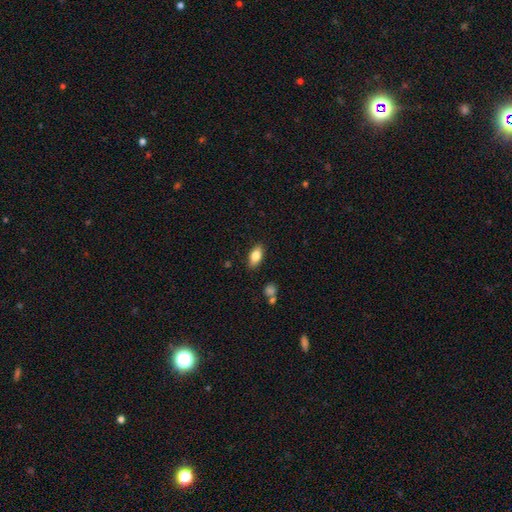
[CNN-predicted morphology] smooth 81%, featured or disk 12%, star or artifact 7%. Down the decision tree: how rounded — in between (88%); merging — none (86%).